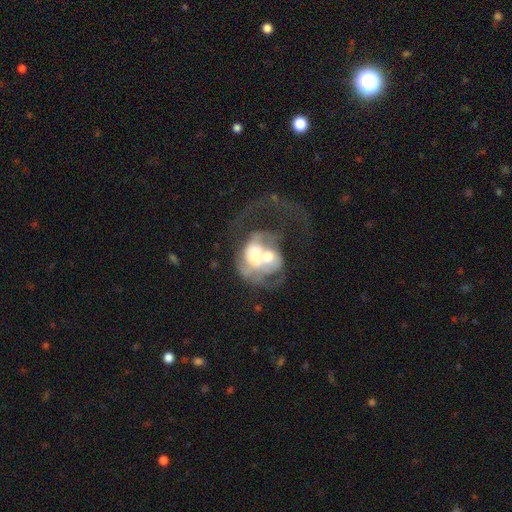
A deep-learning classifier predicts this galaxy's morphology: Smooth or featured? Predicted: featured or disk (p=0.66). Edge-on disk? Predicted: no (p=0.97). Bar? Predicted: no (p=0.76). Spiral arms? Predicted: yes (p=0.52). Bulge size? Predicted: moderate (p=0.54). Merging? Predicted: merger (p=0.63).